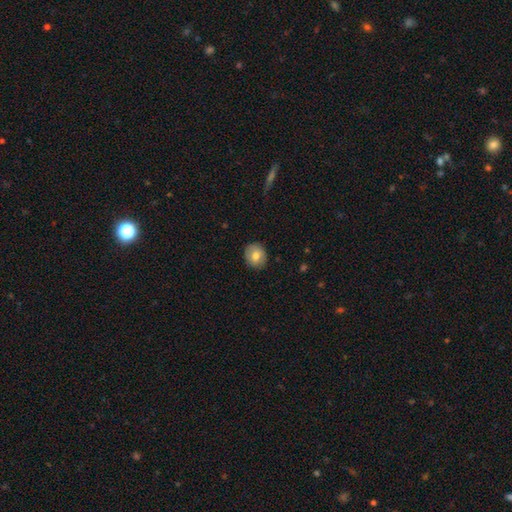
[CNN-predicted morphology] A smooth galaxy with no disk features (76%) that is round (73%). Merging: none (87%).